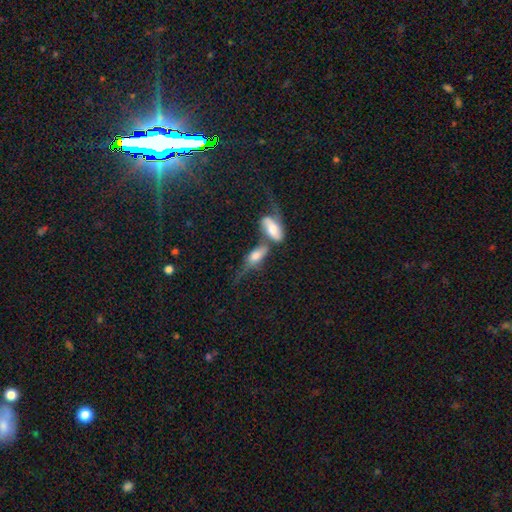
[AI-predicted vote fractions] The model was most divided on "smooth or featured": smooth: 56%, featured or disk: 36%, star or artifact: 8%. More confident: how rounded — in between (77%); merging — merger (66%).